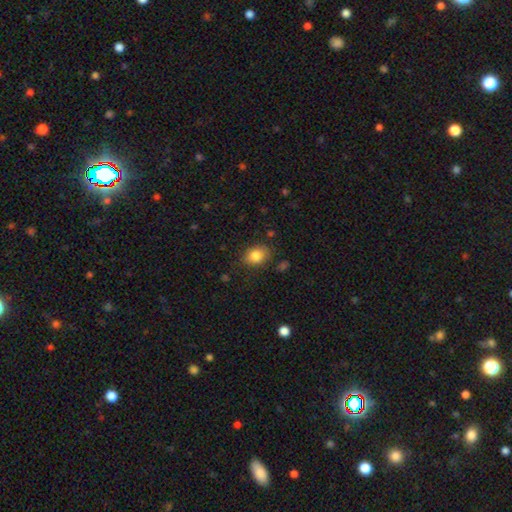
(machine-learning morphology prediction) A smooth galaxy with no disk features (84%) that is in between round and cigar-shaped (62%). Merging: none (77%).